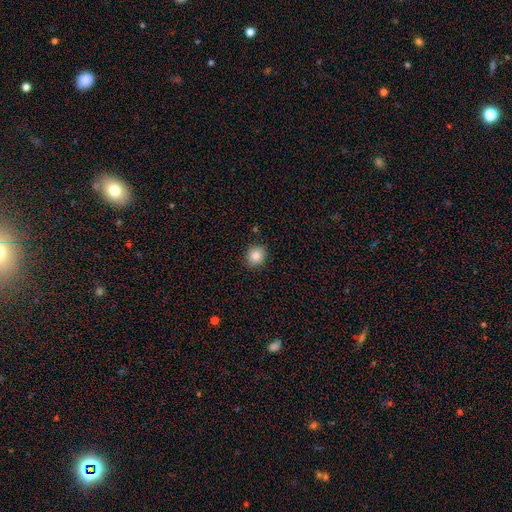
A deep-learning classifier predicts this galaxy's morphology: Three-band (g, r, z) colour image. It shows a smooth galaxy with no disk features (85%) that is round (73%). Merging: none (88%).